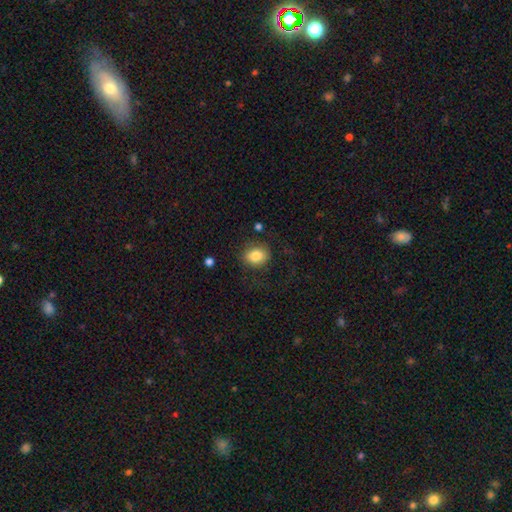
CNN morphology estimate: A smooth galaxy with no disk features (84%) that is in between round and cigar-shaped (54%).

Vote fractions:
- Smooth or featured? smooth: 84% / star or artifact: 9% / featured or disk: 7%
- How rounded? in between: 54% / round: 45% / cigar-shaped: 1%
- Merging? none: 78% / minor disturbance: 14% / major disturbance: 6% / merger: 2%